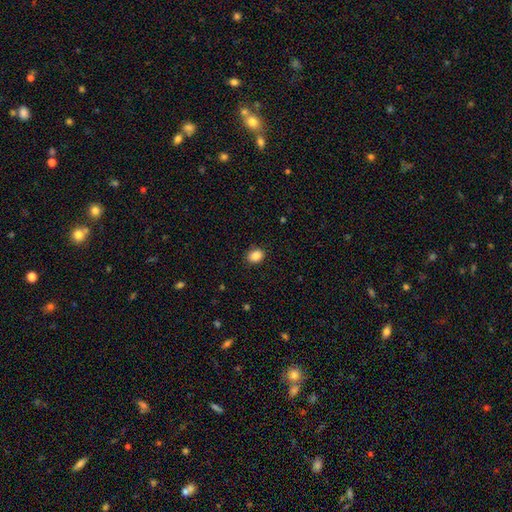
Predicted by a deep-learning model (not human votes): Smooth or featured? smooth (87%)
How rounded? in between (61%)
Merging? none (87%)